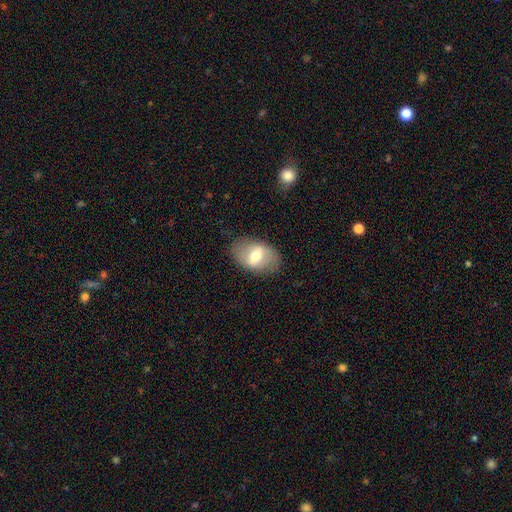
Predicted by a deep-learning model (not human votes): This appears to be a smooth galaxy with no disk features (48%). Merging: none (81%).